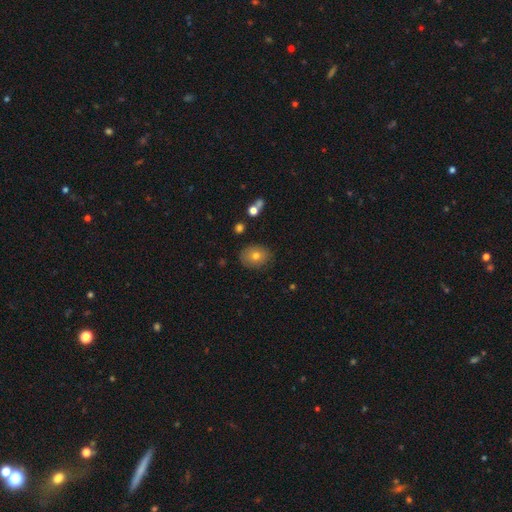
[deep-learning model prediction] Smooth or featured? smooth (74%)
How rounded? in between (56%)
Merging? none (83%)